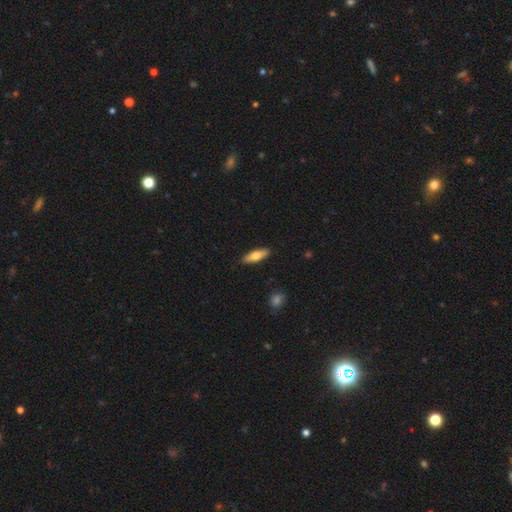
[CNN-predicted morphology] This appears to be a smooth galaxy with no disk features (69%) that is in between round and cigar-shaped (49%, tied with cigar-shaped). Merging: none (90%).